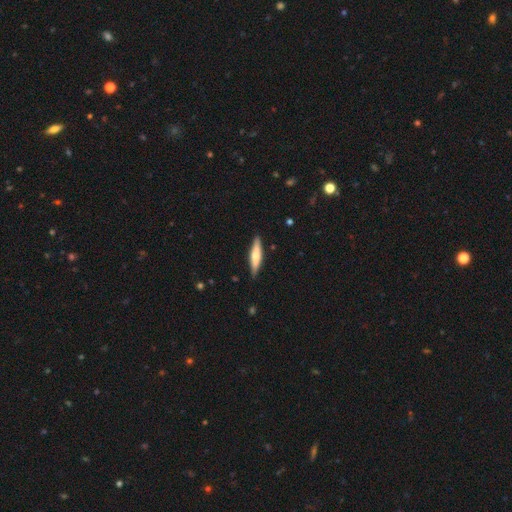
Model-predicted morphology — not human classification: Smooth or featured?
  - smooth: 53% *
  - featured or disk: 42%
  - star or artifact: 5%
How rounded?
  - cigar-shaped: 82% *
  - in between: 17%
  - round: 2%
Merging?
  - none: 88% *
  - minor disturbance: 9%
  - major disturbance: 2%
  - merger: 1%